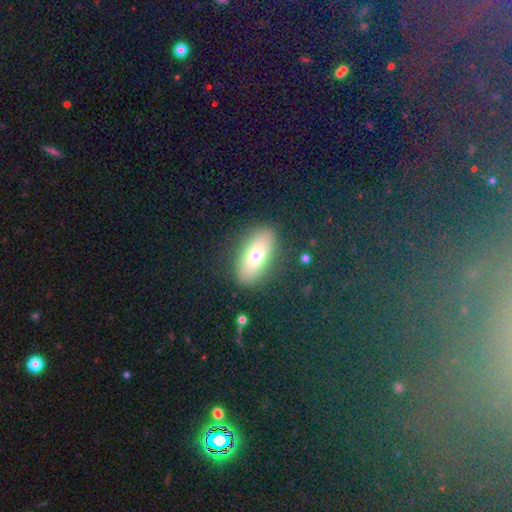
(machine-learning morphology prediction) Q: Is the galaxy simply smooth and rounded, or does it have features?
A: smooth — 70%.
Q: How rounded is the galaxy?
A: in between — 78%.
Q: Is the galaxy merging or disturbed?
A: none — 87%.